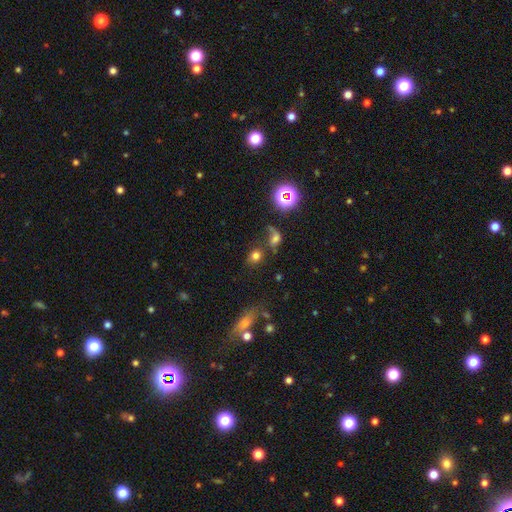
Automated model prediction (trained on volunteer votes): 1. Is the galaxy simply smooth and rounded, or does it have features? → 71% smooth, 20% star or artifact, 10% featured or disk.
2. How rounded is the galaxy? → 60% round, 38% in between, 2% cigar-shaped.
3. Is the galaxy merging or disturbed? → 60% none, 16% merger, 14% minor disturbance, 10% major disturbance.